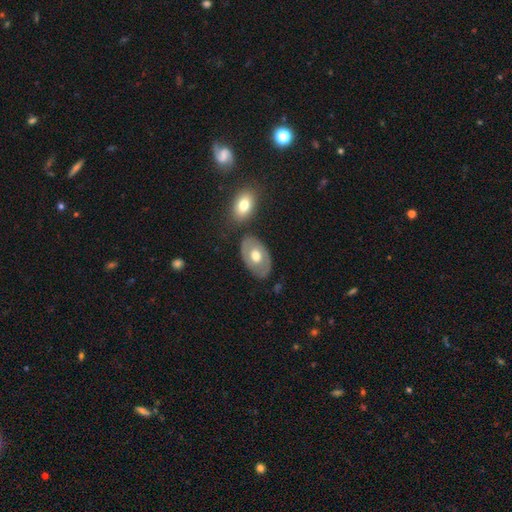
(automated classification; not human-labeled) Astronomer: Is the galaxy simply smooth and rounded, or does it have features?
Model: smooth — 49% (runner-up: featured or disk, 46%).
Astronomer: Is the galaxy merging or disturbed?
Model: none — 74%.